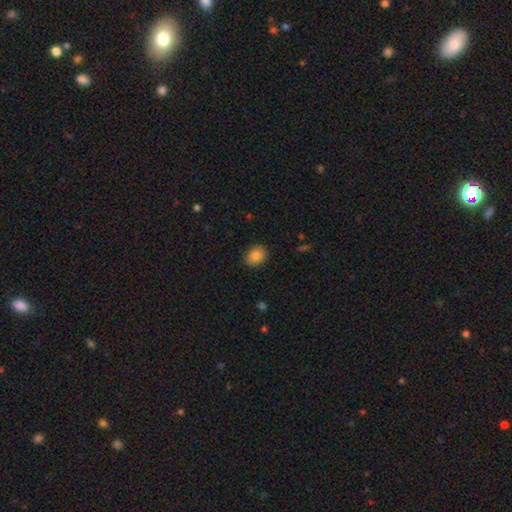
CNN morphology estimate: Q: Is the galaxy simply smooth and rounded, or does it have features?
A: smooth — 85%.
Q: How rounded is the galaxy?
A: in between — 53%.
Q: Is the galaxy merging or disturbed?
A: none — 82%.